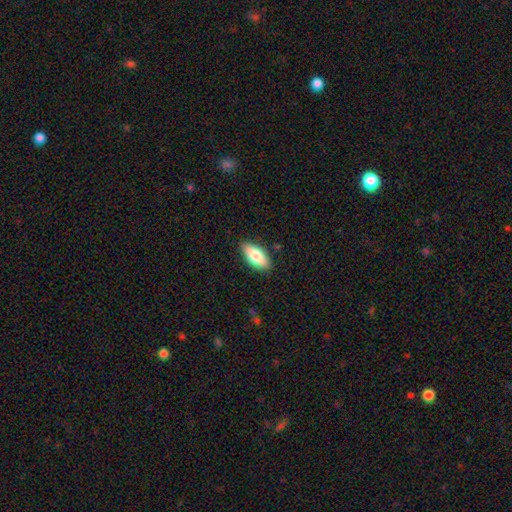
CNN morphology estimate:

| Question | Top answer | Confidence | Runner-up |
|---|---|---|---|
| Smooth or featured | smooth | 80% | featured or disk (14%) |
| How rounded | in between | 88% | cigar-shaped (10%) |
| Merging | none | 86% | minor disturbance (11%) |